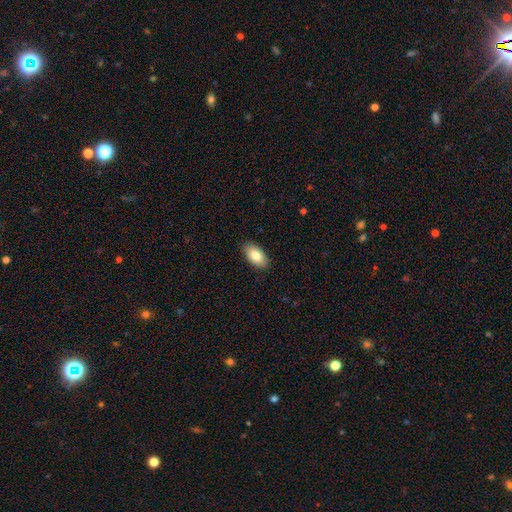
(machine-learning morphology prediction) A smooth galaxy with no disk features (81%) that is in between round and cigar-shaped (94%).

Vote fractions:
- Smooth or featured? smooth: 81% / featured or disk: 12% / star or artifact: 7%
- How rounded? in between: 94% / round: 3% / cigar-shaped: 3%
- Merging? none: 88% / minor disturbance: 9% / major disturbance: 2% / merger: 1%